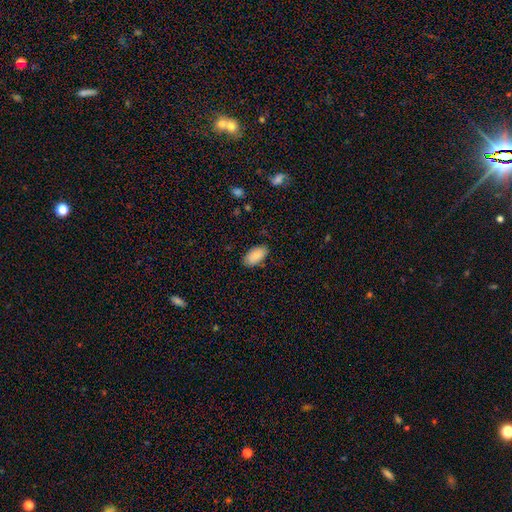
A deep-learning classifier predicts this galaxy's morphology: Smooth or featured? Predicted: smooth (p=0.85). How rounded? Predicted: in between (p=0.95). Merging? Predicted: none (p=0.83).